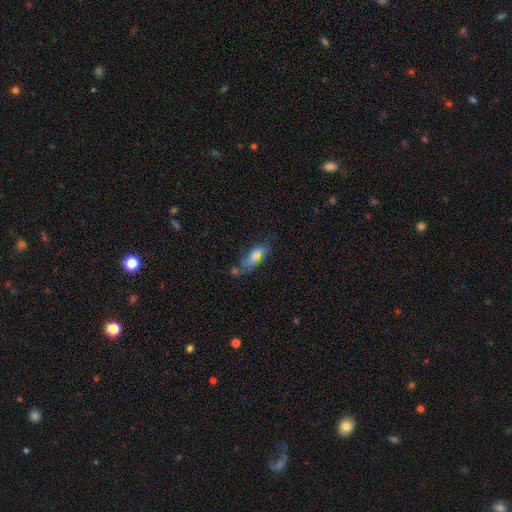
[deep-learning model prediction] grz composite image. It shows a featured or disk galaxy (44%). Merging: none (51%).